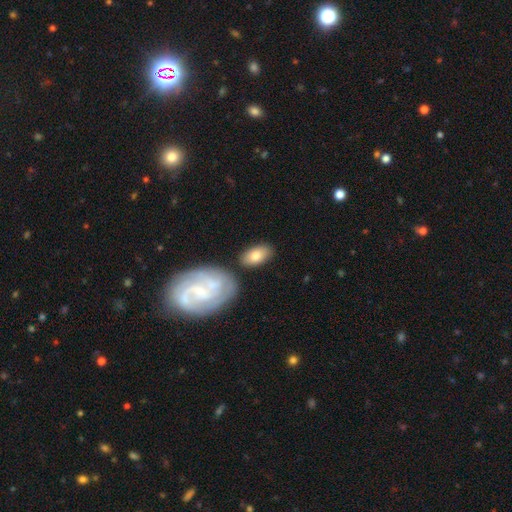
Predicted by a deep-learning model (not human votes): Smooth or featured? Predicted: smooth (p=0.74). How rounded? Predicted: in between (p=0.92). Merging? Predicted: none (p=0.75).